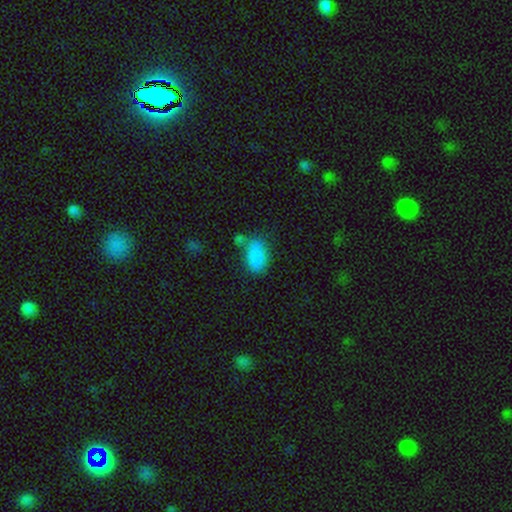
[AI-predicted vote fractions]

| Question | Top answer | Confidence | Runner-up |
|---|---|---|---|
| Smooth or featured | smooth | 85% | star or artifact (9%) |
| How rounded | in between | 91% | round (7%) |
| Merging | none | 54% | minor disturbance (21%) |